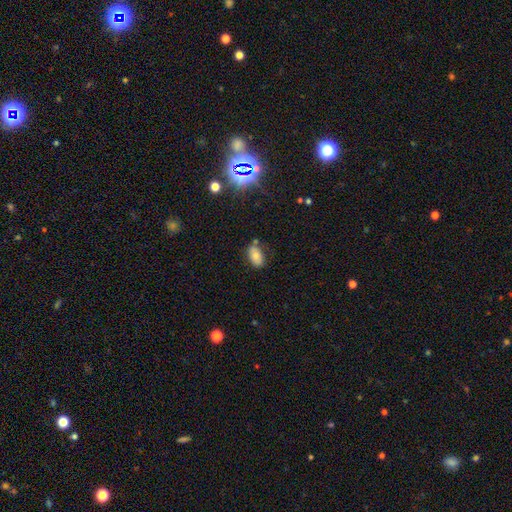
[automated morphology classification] Smooth or featured? Predicted: smooth (p=0.76). How rounded? Predicted: in between (p=0.92). Merging? Predicted: none (p=0.70).